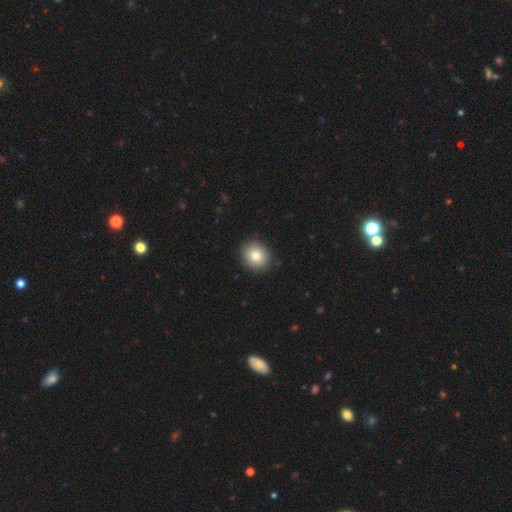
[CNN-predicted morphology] Smooth or featured: smooth — 80% (featured or disk — 10%)
How rounded: round — 78% (in between — 21%)
Merging: none — 91% (minor disturbance — 6%)